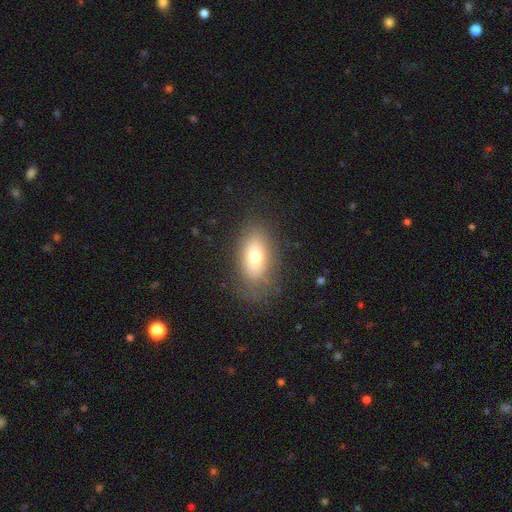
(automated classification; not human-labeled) smooth_or_featured: smooth (p=0.67) [alt: featured or disk p=0.23]
how_rounded: in between (p=0.88) [alt: round p=0.07]
merging: none (p=0.77) [alt: minor disturbance p=0.16]